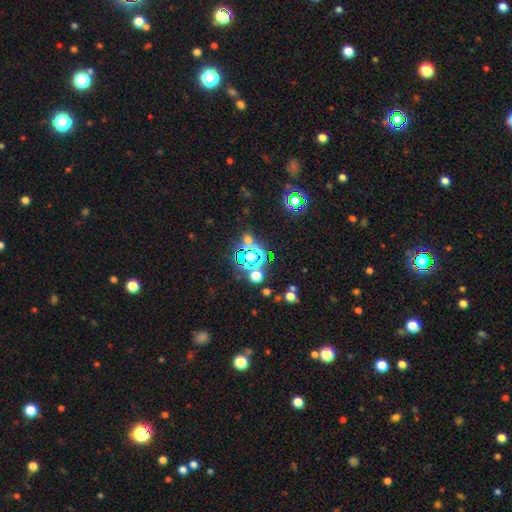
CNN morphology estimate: smooth-or-featured: star or artifact: 76% | smooth: 16% | featured or disk: 9%